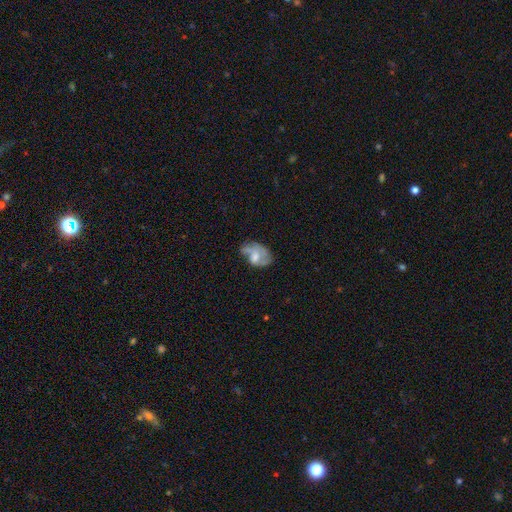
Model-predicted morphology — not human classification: Smooth or featured?
  - featured or disk: 61% *
  - smooth: 32%
  - star or artifact: 8%
Edge-on disk?
  - no: 97% *
  - yes: 3%
Bar?
  - no: 65% *
  - weak: 30%
  - strong: 5%
Spiral arms?
  - yes: 74% *
  - no: 26%
Bulge size?
  - moderate: 49% *
  - small: 23%
  - none: 14%
  - large: 13%
  - dominant: 2%
Merging?
  - none: 38% *
  - major disturbance: 30%
  - minor disturbance: 28%
  - merger: 4%